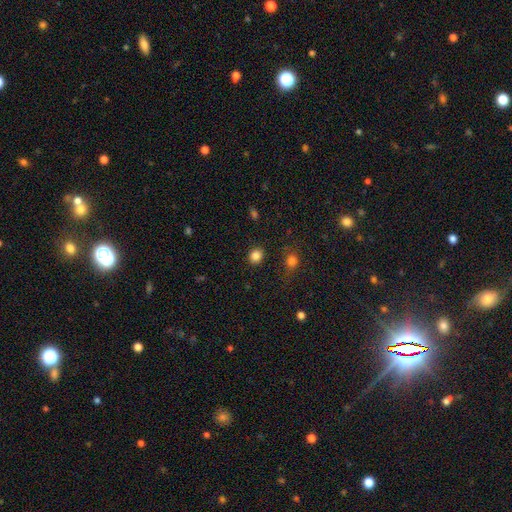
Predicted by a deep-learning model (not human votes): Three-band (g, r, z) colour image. It shows a smooth galaxy with no disk features (85%) that is round (74%). Merging: none (86%).